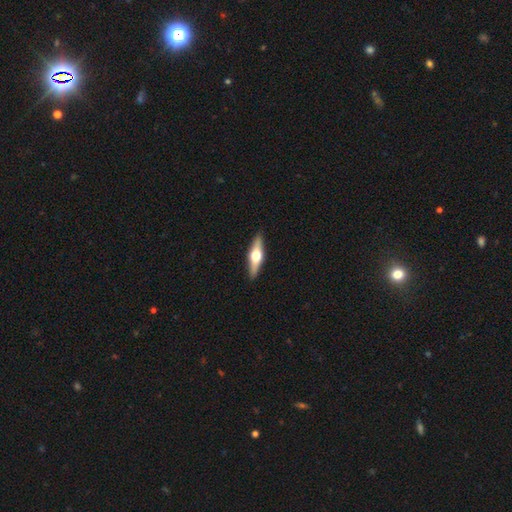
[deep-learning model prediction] Smooth or featured: featured or disk — 64% (smooth — 30%)
Edge-on disk: yes — 96% (no — 4%)
Edge-on bulge: rounded — 96% (boxy — 3%)
Merging: none — 91% (minor disturbance — 7%)